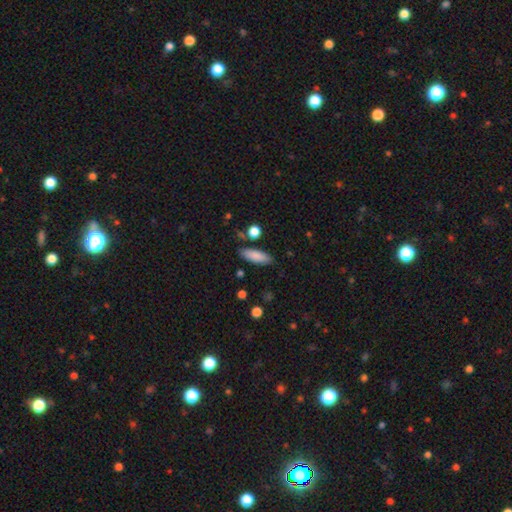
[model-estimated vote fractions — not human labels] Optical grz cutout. It shows a smooth galaxy with no disk features (85%) that is in between round and cigar-shaped (61%). Merging: none (82%).